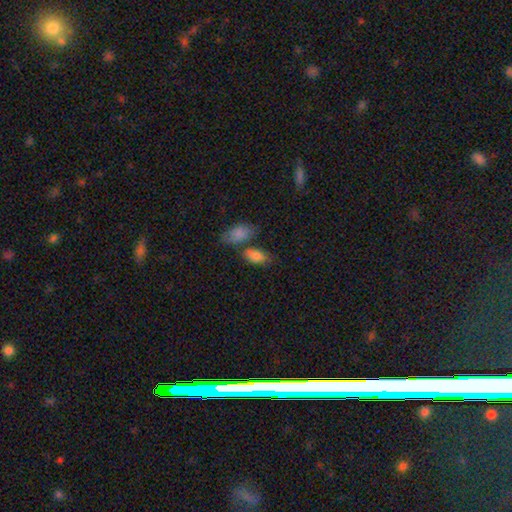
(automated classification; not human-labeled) The model was most divided on "merging": none: 51%, merger: 26%, minor disturbance: 17%, major disturbance: 6%. More confident: how rounded — in between (91%); smooth or featured — smooth (82%).